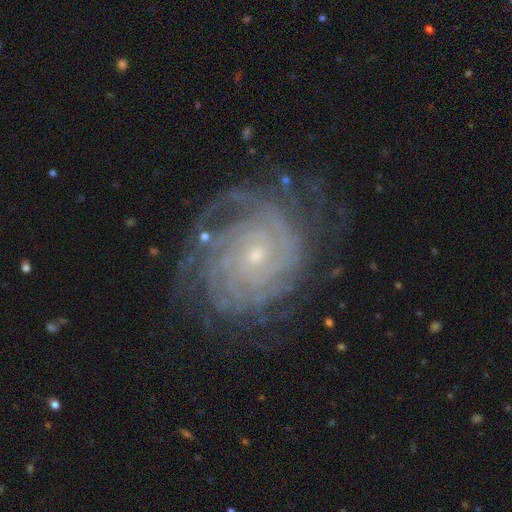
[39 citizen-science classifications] Overall: featured or disk (79%). Edge-on disk: no (100%). Bar: no (74%). Spiral arms: yes (100%). Spiral arm count: more than 4 (55%; can't tell 29%). Spiral winding: tight (77%). Bulge size: small (90%). Merging: none (74%).